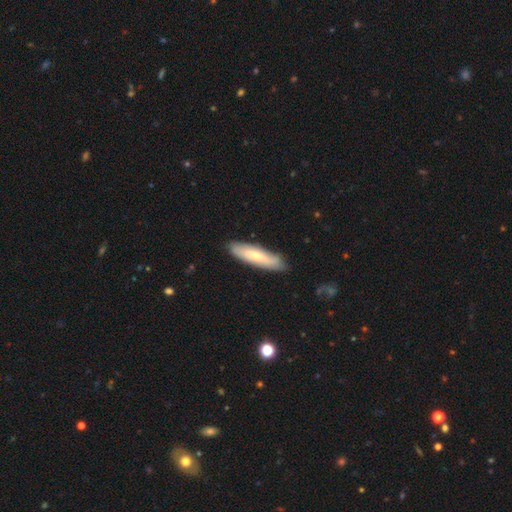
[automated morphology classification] Overall: smooth (62%; featured or disk 33%). How rounded: cigar-shaped (69%). Merging: none (84%).